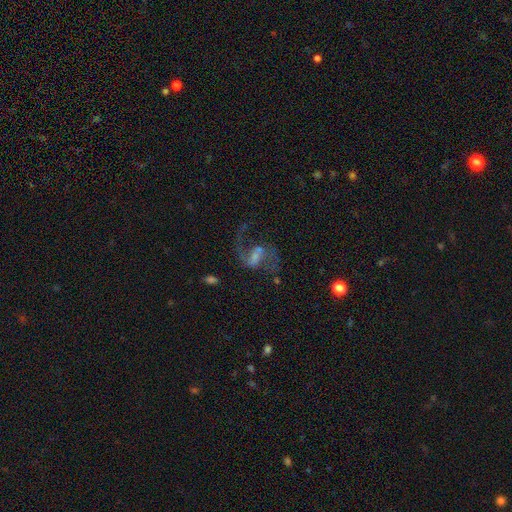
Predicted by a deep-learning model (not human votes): Smooth or featured?
  - featured or disk: 85% *
  - star or artifact: 9%
  - smooth: 6%
Edge-on disk?
  - no: 97% *
  - yes: 3%
Bar?
  - weak: 52% *
  - strong: 30%
  - no: 19%
Spiral arms?
  - yes: 95% *
  - no: 5%
Spiral winding?
  - loose: 57% *
  - medium: 37%
  - tight: 6%
Spiral arm count?
  - 2: 90% *
  - 1: 5%
  - can't tell: 2%
  - 3: 1%
  - 4: 1%
  - more than 4: 1%
Bulge size?
  - small: 41% *
  - moderate: 27%
  - none: 24%
  - large: 6%
  - dominant: 2%
Merging?
  - none: 66% *
  - major disturbance: 16%
  - minor disturbance: 14%
  - merger: 4%